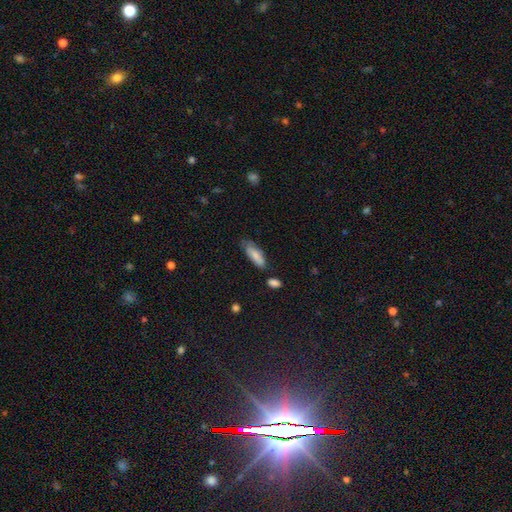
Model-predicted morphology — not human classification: Smooth or featured: smooth — 76% (featured or disk — 17%)
How rounded: in between — 61% (cigar-shaped — 38%)
Merging: none — 56% (minor disturbance — 30%)